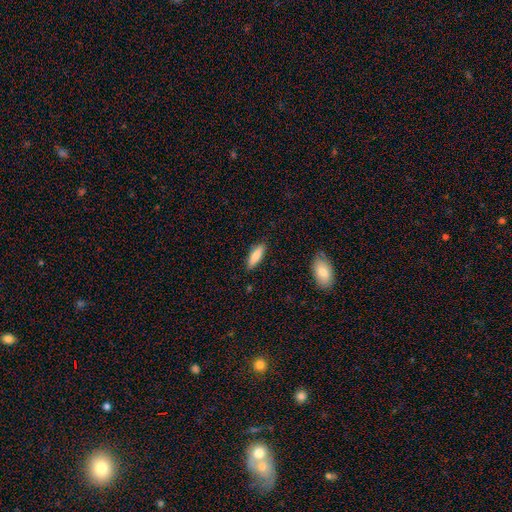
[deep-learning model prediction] smooth_or_featured: smooth (p=0.80) [alt: featured or disk p=0.14]
how_rounded: cigar-shaped (p=0.50) [alt: in between p=0.48]
merging: none (p=0.86) [alt: minor disturbance p=0.10]